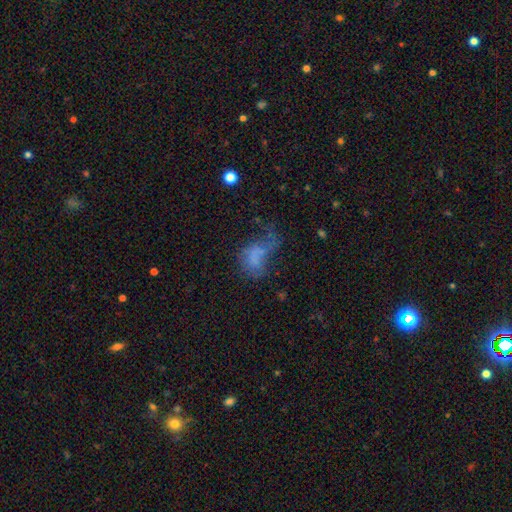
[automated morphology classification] Smooth or featured? smooth (52%)
How rounded? in between (81%)
Merging? major disturbance (49%)